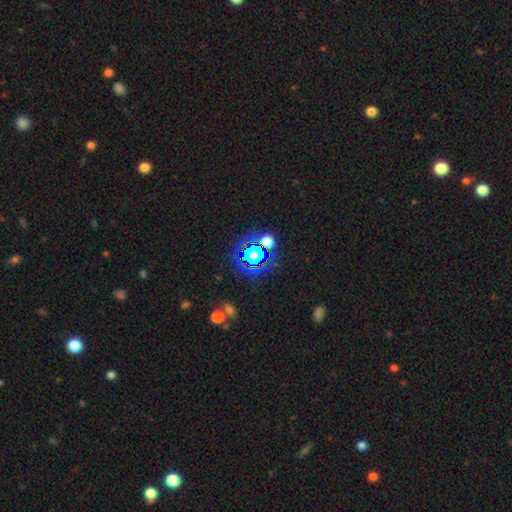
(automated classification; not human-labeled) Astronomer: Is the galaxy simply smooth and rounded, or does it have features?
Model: star or artifact — 59%.